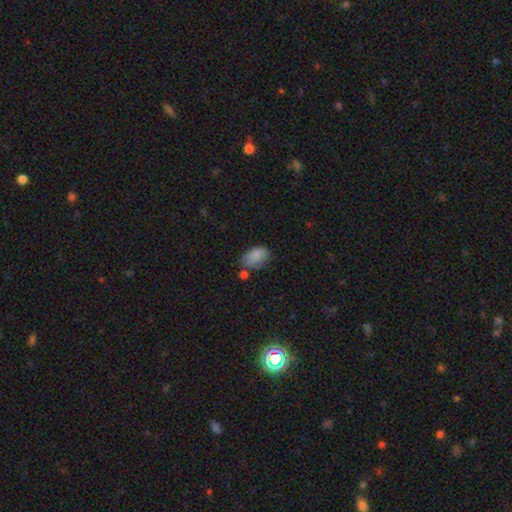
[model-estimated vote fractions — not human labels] This appears to be a smooth galaxy with no disk features (85%) that is in between round and cigar-shaped (89%). Merging: none (56%).